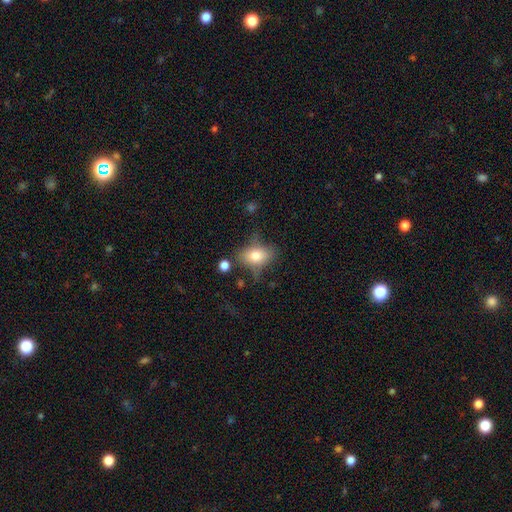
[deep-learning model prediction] smooth 71%, featured or disk 20%, star or artifact 9%. Down the decision tree: how rounded — in between (82%); merging — none (54%).